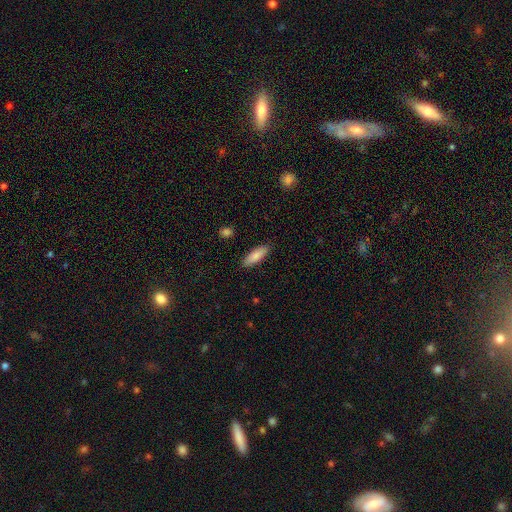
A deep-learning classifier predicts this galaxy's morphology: Smooth or featured: smooth — 84% (featured or disk — 10%)
How rounded: in between — 53% (cigar-shaped — 45%)
Merging: none — 89% (minor disturbance — 8%)